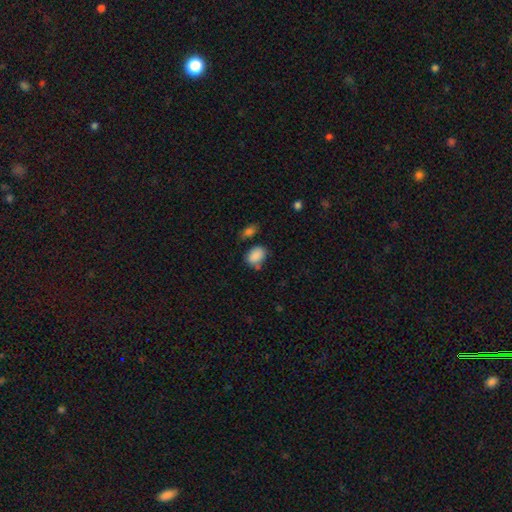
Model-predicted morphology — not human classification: type=smooth (86%); roundness=in between (77%); merging=none (59%).